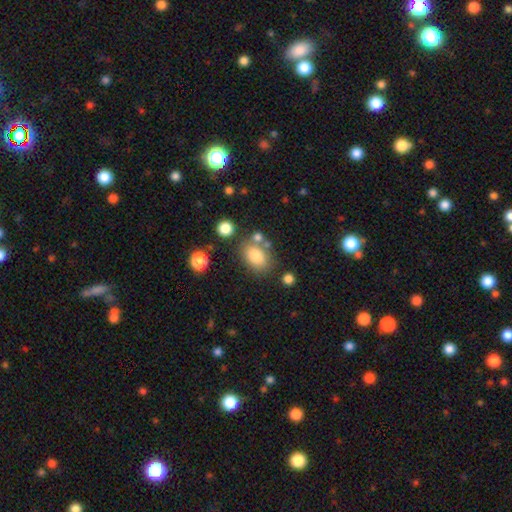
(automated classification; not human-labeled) The model was most divided on "how rounded": in between: 73%, round: 26%, cigar-shaped: 1%. More confident: smooth or featured — smooth (80%); merging — none (67%).